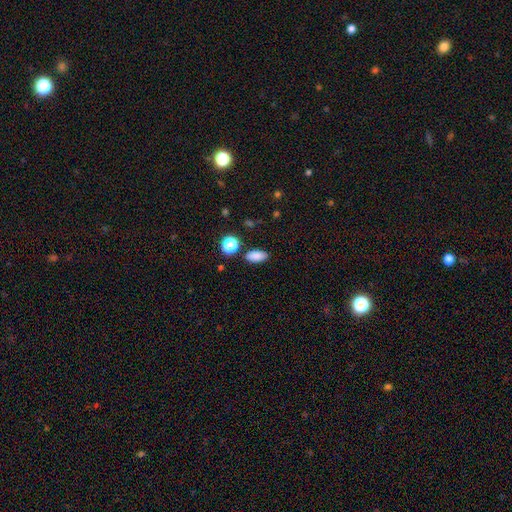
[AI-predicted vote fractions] A smooth galaxy with no disk features (84%) that is in between round and cigar-shaped (87%). Merging: none (84%).